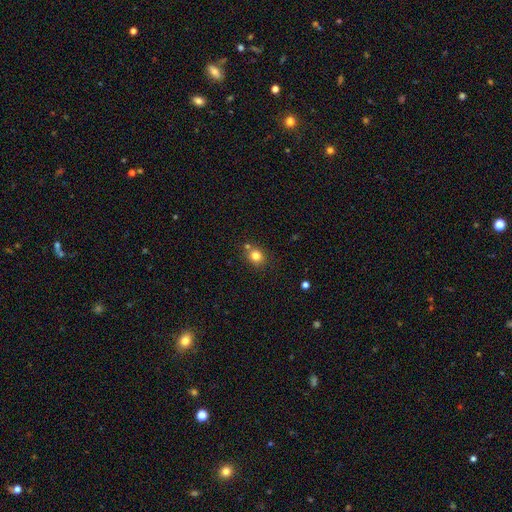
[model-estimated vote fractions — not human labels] Overall: smooth (80%). How rounded: round (74%). Merging: none (71%).